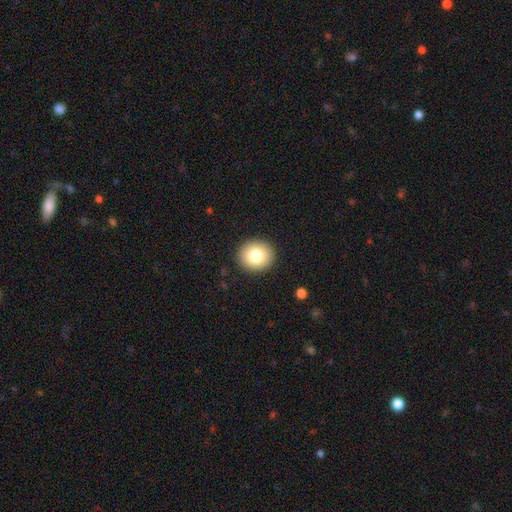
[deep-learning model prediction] The model was most divided on "how rounded": round: 79%, in between: 20%, cigar-shaped: 1%. More confident: merging — none (91%); smooth or featured — smooth (80%).